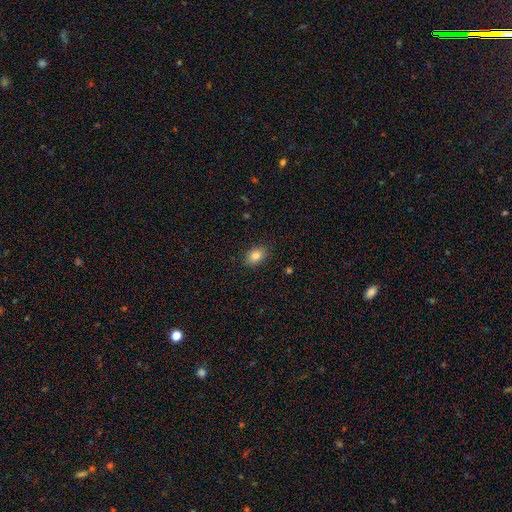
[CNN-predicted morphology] The model was most divided on "how rounded": in between: 80%, round: 19%, cigar-shaped: 2%. More confident: merging — none (87%); smooth or featured — smooth (83%).